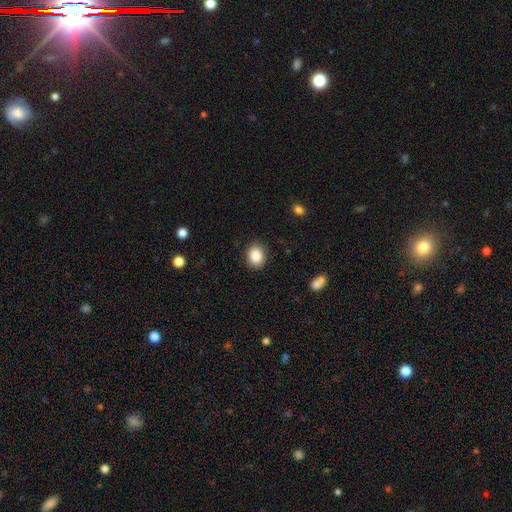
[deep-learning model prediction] smooth 87%, star or artifact 8%, featured or disk 4%. Down the decision tree: how rounded — in between (53%); merging — none (87%).